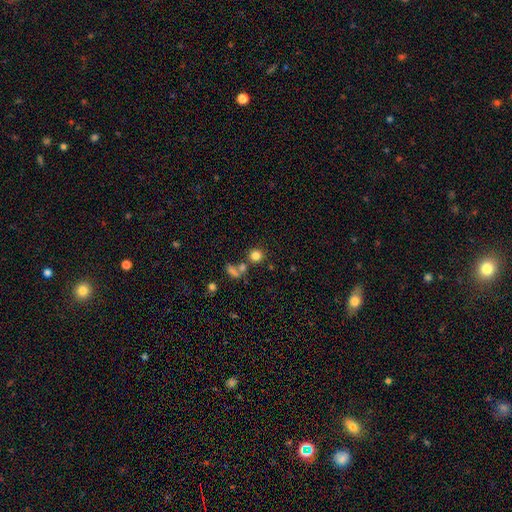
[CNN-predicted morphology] This is clearly a smooth galaxy (80%). How rounded: clearly round (89%). Merging: likely none (67%).